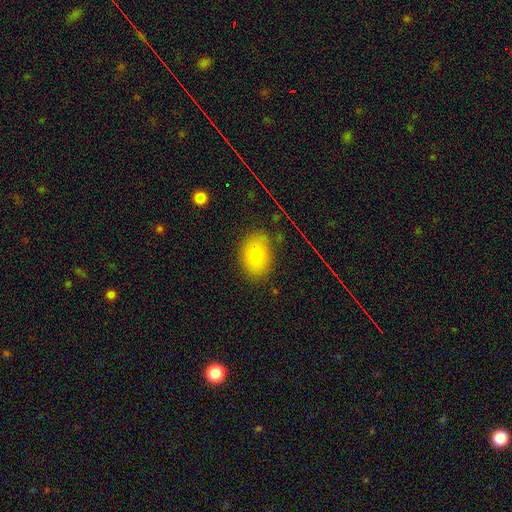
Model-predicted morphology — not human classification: A smooth galaxy with no disk features (77%) that is in between round and cigar-shaped (78%).

Vote fractions:
- Smooth or featured? smooth: 77% / featured or disk: 12% / star or artifact: 11%
- How rounded? in between: 78% / round: 21% / cigar-shaped: 1%
- Merging? none: 81% / minor disturbance: 13% / major disturbance: 4% / merger: 2%